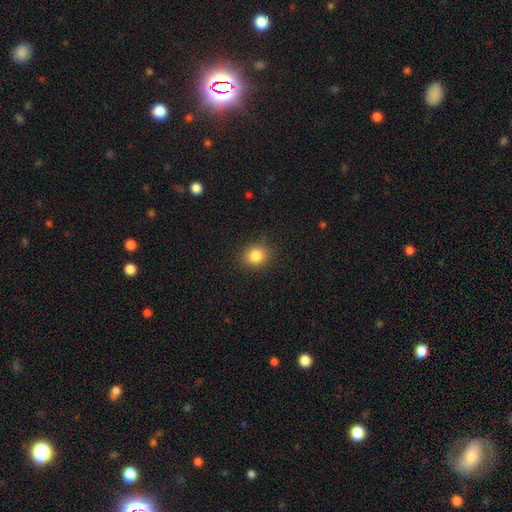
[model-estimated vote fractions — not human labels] Smooth or featured? smooth (84%)
How rounded? round (75%)
Merging? none (87%)